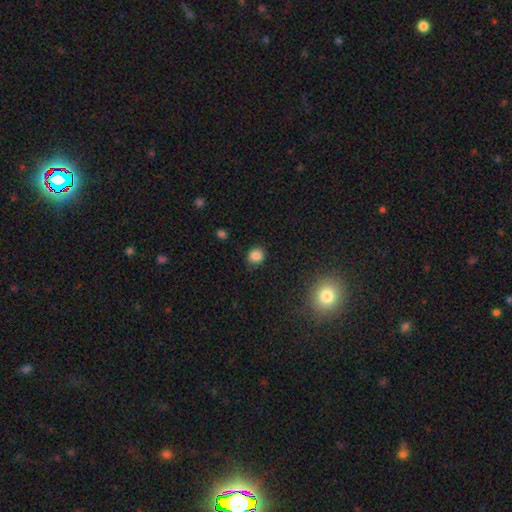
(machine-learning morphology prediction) Smooth or featured? Predicted: smooth (p=0.84). How rounded? Predicted: round (p=0.81). Merging? Predicted: none (p=0.83).